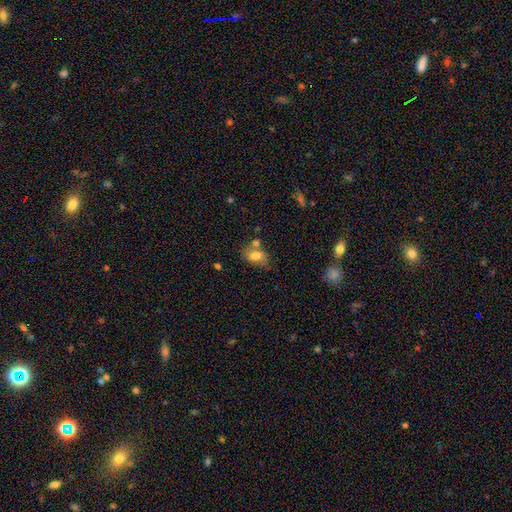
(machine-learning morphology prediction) Q: Smooth or featured?
A: smooth (72%); runner-up: featured or disk (19%)
Q: How rounded?
A: in between (82%); runner-up: round (16%)
Q: Merging?
A: none (53%); runner-up: merger (21%)